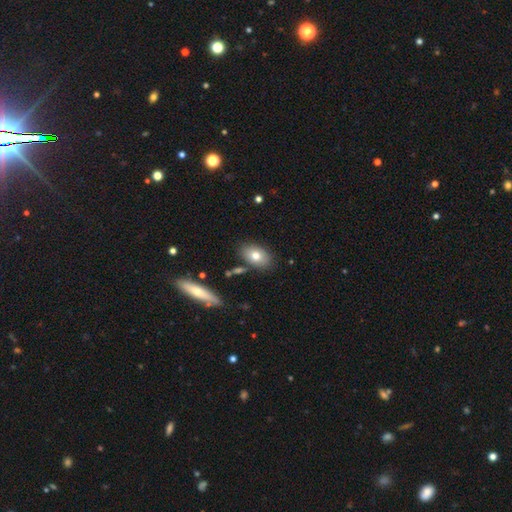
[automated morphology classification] smooth_or_featured: smooth (p=0.74) [alt: featured or disk p=0.17]
how_rounded: in between (p=0.85) [alt: round p=0.13]
merging: none (p=0.79) [alt: minor disturbance p=0.12]